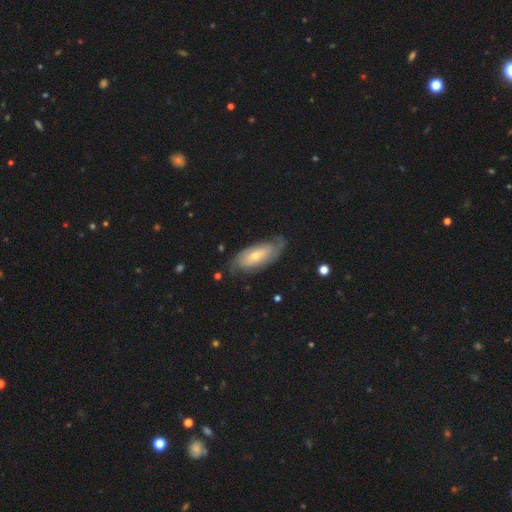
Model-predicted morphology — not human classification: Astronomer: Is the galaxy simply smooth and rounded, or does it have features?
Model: featured or disk — 67%.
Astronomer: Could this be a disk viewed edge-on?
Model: no — 87%.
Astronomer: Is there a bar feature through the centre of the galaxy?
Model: no — 61%.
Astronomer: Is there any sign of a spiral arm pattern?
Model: yes — 85%.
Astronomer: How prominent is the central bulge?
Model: small — 53% (runner-up: moderate, 42%).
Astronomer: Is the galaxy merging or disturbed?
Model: none — 73%.